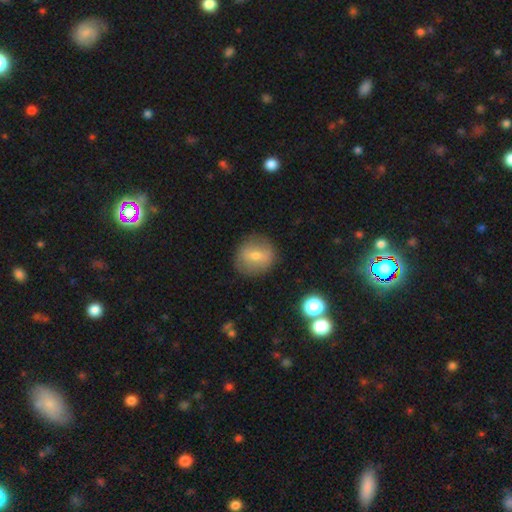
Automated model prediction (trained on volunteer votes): This is likely a smooth galaxy (62%). How rounded: clearly round (80%). Merging: clearly none (84%).